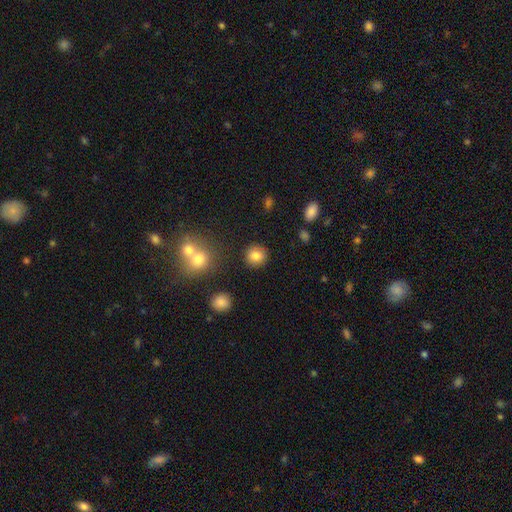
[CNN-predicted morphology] This appears to be a smooth galaxy with no disk features (83%) that is round (87%). Merging: none (88%).